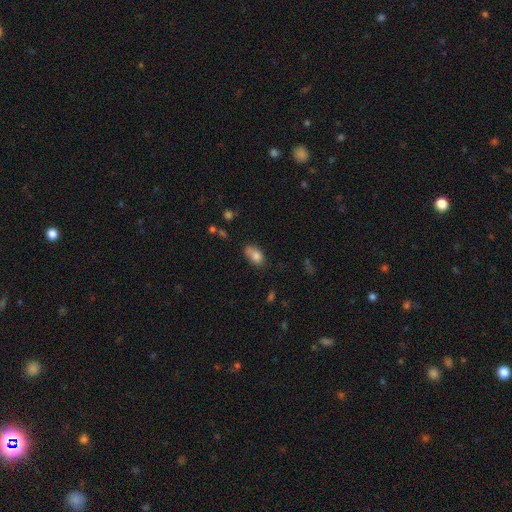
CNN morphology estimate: Smooth or featured: smooth — 79% (featured or disk — 11%)
How rounded: in between — 85% (round — 13%)
Merging: none — 46% (minor disturbance — 30%)